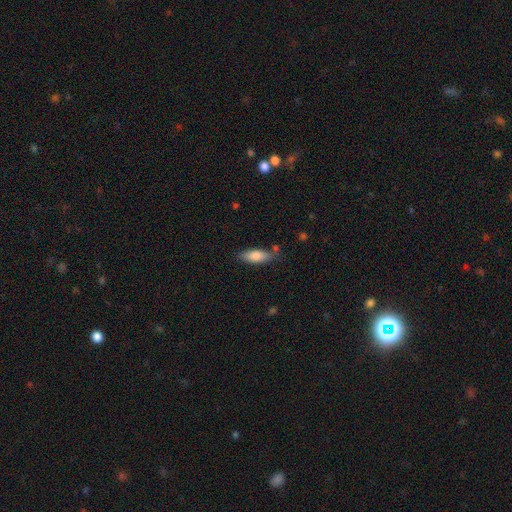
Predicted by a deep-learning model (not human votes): Overall: smooth (80%). How rounded: in between (66%; cigar-shaped 32%). Merging: none (76%).